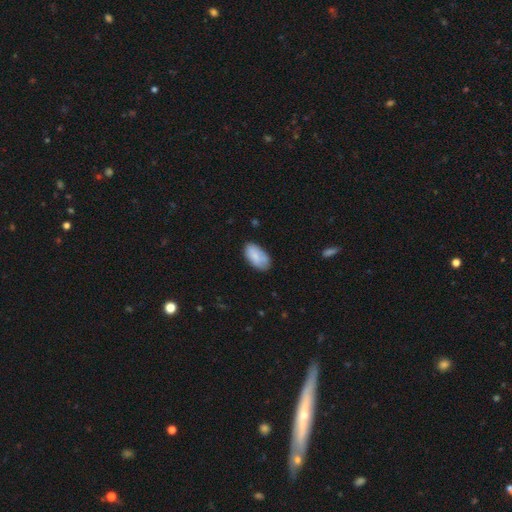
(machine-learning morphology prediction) The model was most divided on "merging": none: 71%, minor disturbance: 22%, major disturbance: 5%, merger: 2%. More confident: how rounded — in between (95%); smooth or featured — smooth (82%).